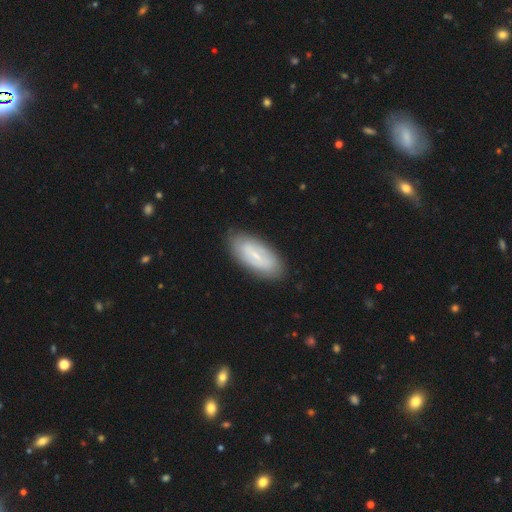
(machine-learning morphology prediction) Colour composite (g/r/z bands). It shows a featured or disk galaxy (50%). Merging: none (83%).